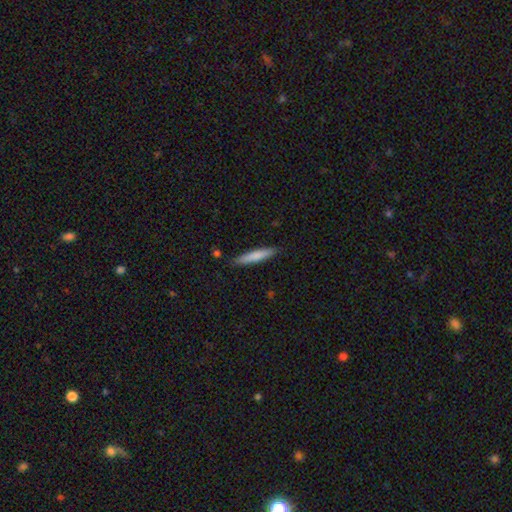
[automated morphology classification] smooth-or-featured: smooth: 76% | featured or disk: 18% | star or artifact: 6%
  how-rounded: cigar-shaped: 90% | in between: 8% | round: 1%
  merging: none: 87% | minor disturbance: 9% | major disturbance: 2% | merger: 2%